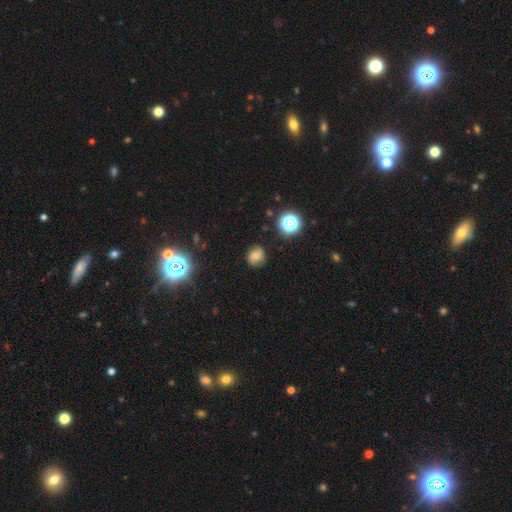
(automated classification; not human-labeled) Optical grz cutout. It shows a smooth galaxy with no disk features (65%) that is round (79%). Merging: none (77%).